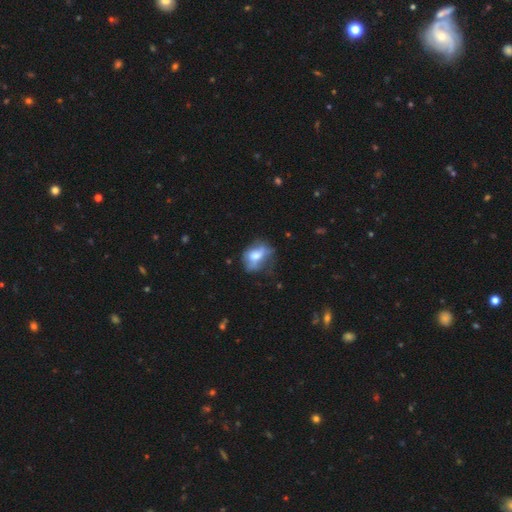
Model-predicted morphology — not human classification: A smooth galaxy with no disk features (58%) that is in between round and cigar-shaped (72%).

Vote fractions:
- Smooth or featured? smooth: 58% / featured or disk: 33% / star or artifact: 10%
- How rounded? in between: 72% / round: 25% / cigar-shaped: 3%
- Merging? none: 39% / minor disturbance: 31% / major disturbance: 25% / merger: 4%